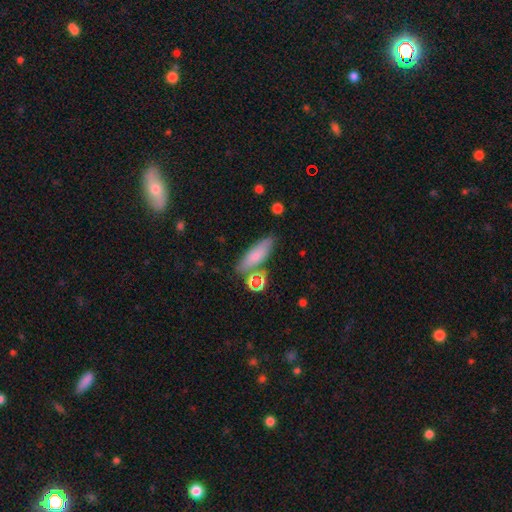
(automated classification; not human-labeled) Morphology: type=smooth (76%); roundness=in between (53%); merging=none (73%).